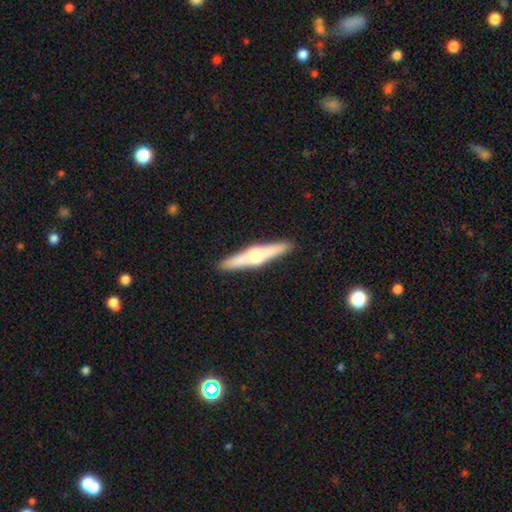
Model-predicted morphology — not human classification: Smooth or featured: featured or disk — 66% (smooth — 29%)
Edge-on disk: yes — 97% (no — 3%)
Edge-on bulge: rounded — 90% (boxy — 7%)
Merging: none — 91% (minor disturbance — 6%)